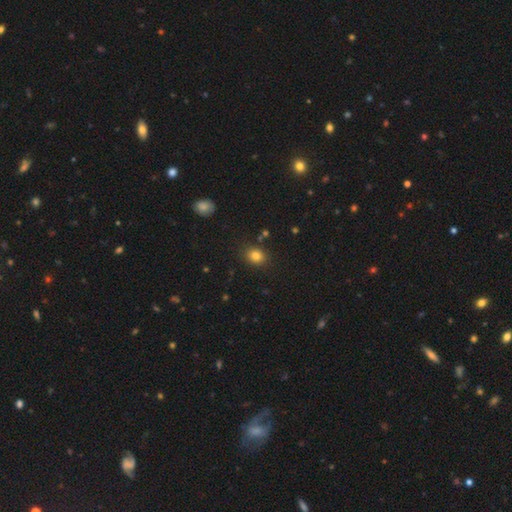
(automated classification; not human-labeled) Morphology: type=smooth (82%); roundness=round (52%); merging=none (83%).